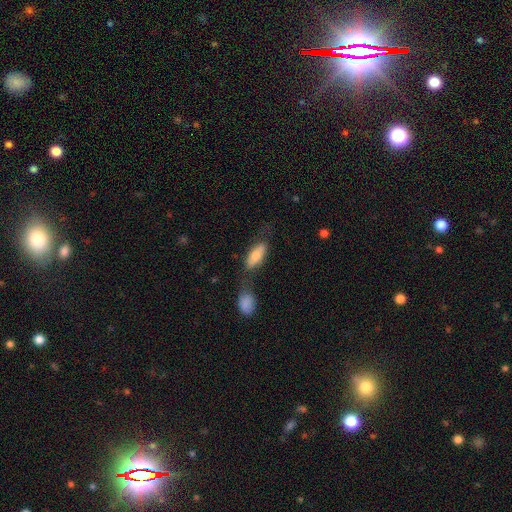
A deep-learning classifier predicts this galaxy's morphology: Smooth or featured: smooth — 69% (featured or disk — 24%)
How rounded: in between — 73% (cigar-shaped — 24%)
Merging: none — 48% (merger — 24%)